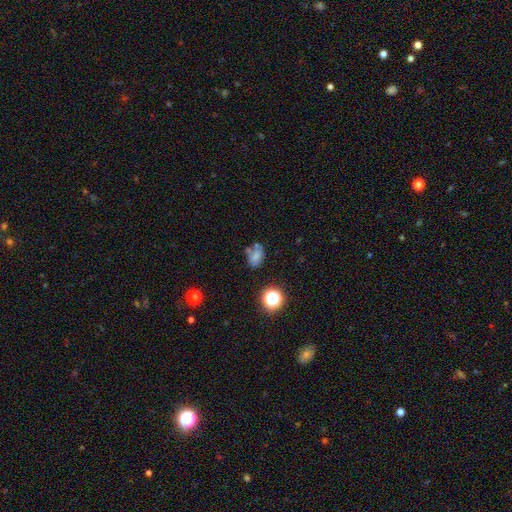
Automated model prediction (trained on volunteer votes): smooth 66%, star or artifact 18%, featured or disk 16%. Down the decision tree: how rounded — in between (73%); merging — none (51%).